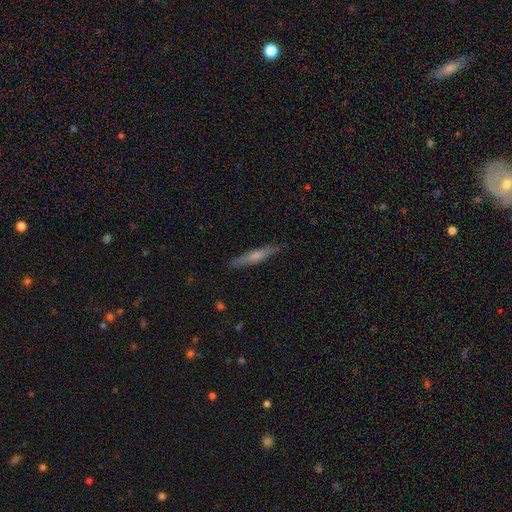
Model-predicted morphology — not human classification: Smooth or featured? smooth (56%)
How rounded? cigar-shaped (92%)
Merging? none (88%)